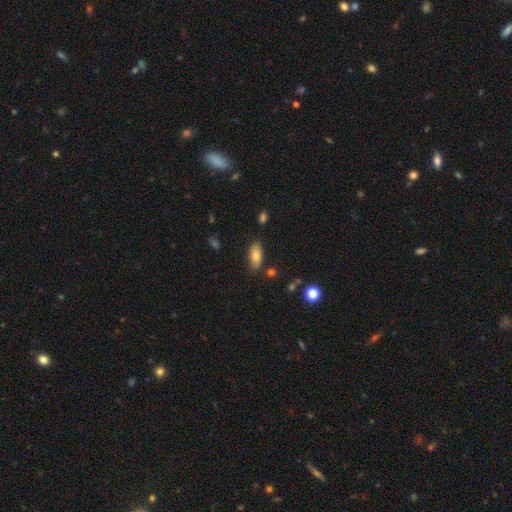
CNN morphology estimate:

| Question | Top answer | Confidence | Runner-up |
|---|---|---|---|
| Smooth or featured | smooth | 78% | featured or disk (14%) |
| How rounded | in between | 85% | cigar-shaped (12%) |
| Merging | none | 82% | minor disturbance (13%) |